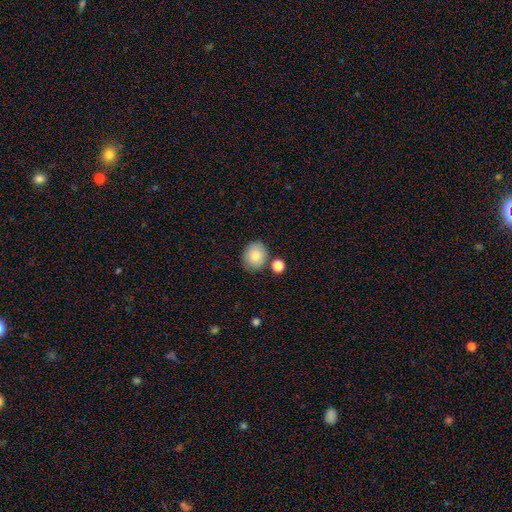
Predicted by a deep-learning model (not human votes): Smooth or featured?
  - smooth: 82% *
  - featured or disk: 9%
  - star or artifact: 8%
How rounded?
  - round: 69% *
  - in between: 30%
  - cigar-shaped: 1%
Merging?
  - none: 77% *
  - minor disturbance: 12%
  - merger: 8%
  - major disturbance: 3%